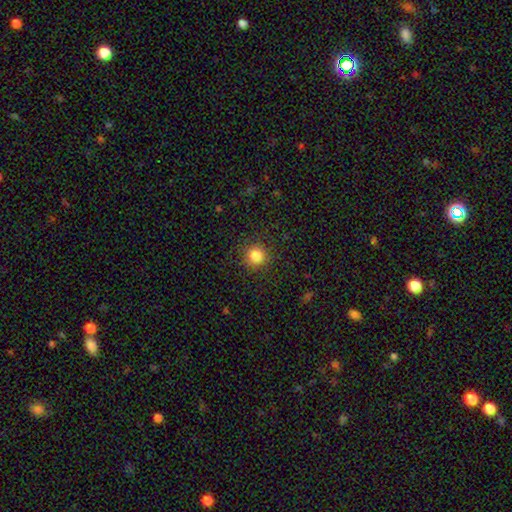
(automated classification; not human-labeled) smooth-or-featured: smooth: 83% | star or artifact: 12% | featured or disk: 5%
  how-rounded: round: 94% | in between: 5% | cigar-shaped: 1%
  merging: none: 89% | minor disturbance: 7% | major disturbance: 3% | merger: 1%